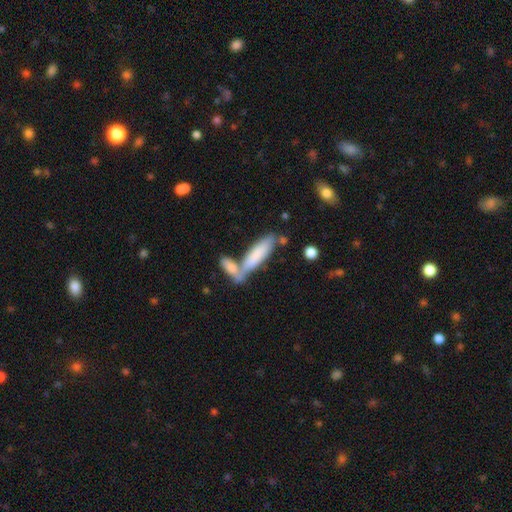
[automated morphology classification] type=smooth (76%); roundness=cigar-shaped (62%); merging=none (46%).